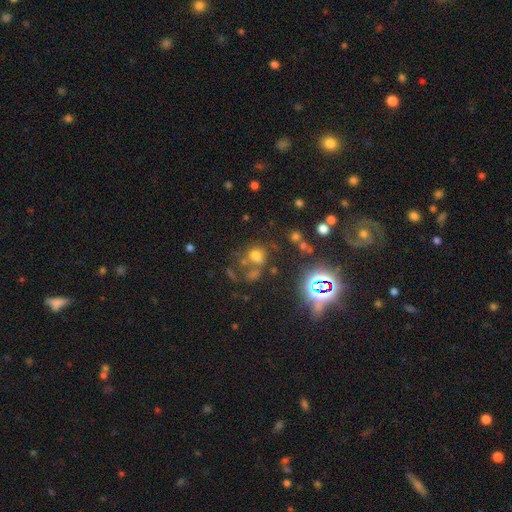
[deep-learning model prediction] Smooth or featured: smooth — 56% (star or artifact — 30%)
How rounded: round — 59% (in between — 39%)
Merging: none — 46% (merger — 26%)